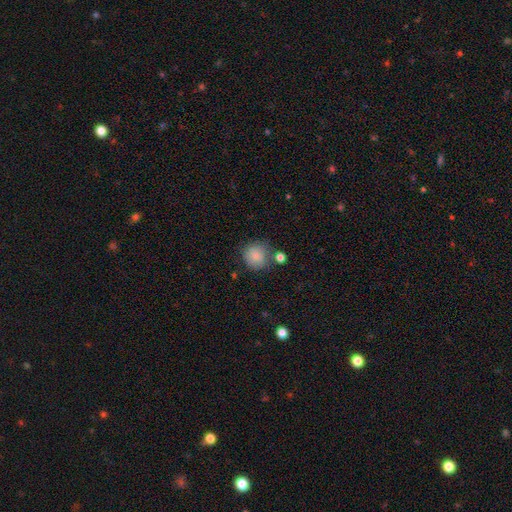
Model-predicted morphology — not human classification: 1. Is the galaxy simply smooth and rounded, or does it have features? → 84% smooth, 9% star or artifact, 7% featured or disk.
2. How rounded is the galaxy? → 88% round, 11% in between, 1% cigar-shaped.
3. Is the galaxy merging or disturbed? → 69% none, 16% minor disturbance, 10% merger, 6% major disturbance.